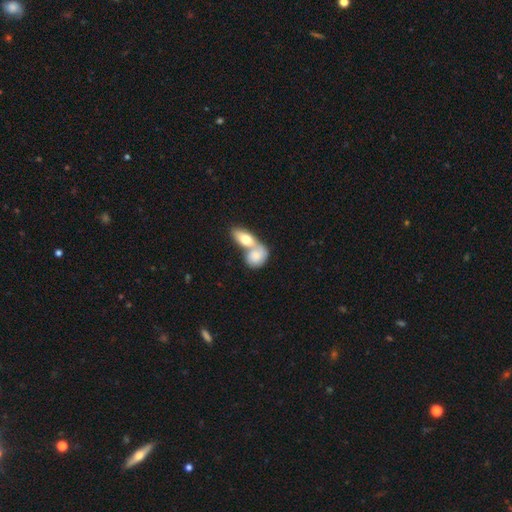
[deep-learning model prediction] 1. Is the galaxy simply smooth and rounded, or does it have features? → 72% smooth, 22% featured or disk, 5% star or artifact.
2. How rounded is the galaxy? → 73% in between, 22% round, 5% cigar-shaped.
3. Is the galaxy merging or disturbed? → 73% merger, 18% none, 6% minor disturbance, 4% major disturbance.